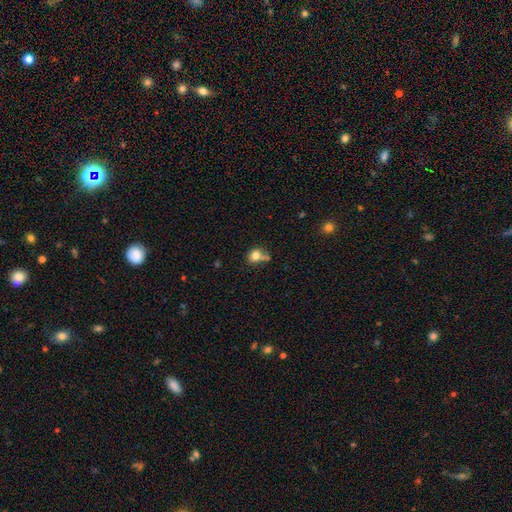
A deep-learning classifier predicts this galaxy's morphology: Overall: smooth (77%). How rounded: round (64%; in between 35%). Merging: none (43%; merger 24%).